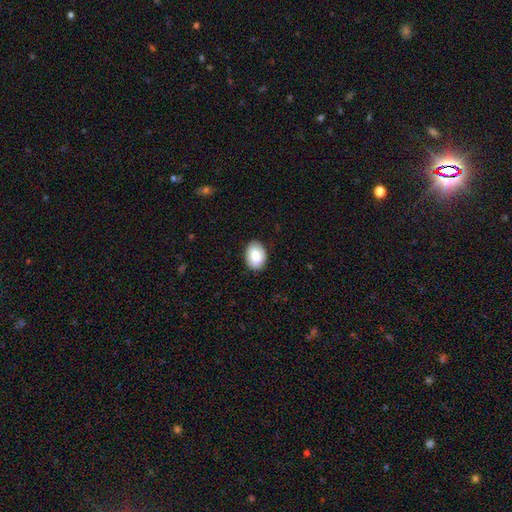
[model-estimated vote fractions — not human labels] smooth-or-featured: smooth: 83% | featured or disk: 10% | star or artifact: 7%
  how-rounded: in between: 80% | round: 19% | cigar-shaped: 1%
  merging: none: 88% | minor disturbance: 9% | major disturbance: 2% | merger: 1%